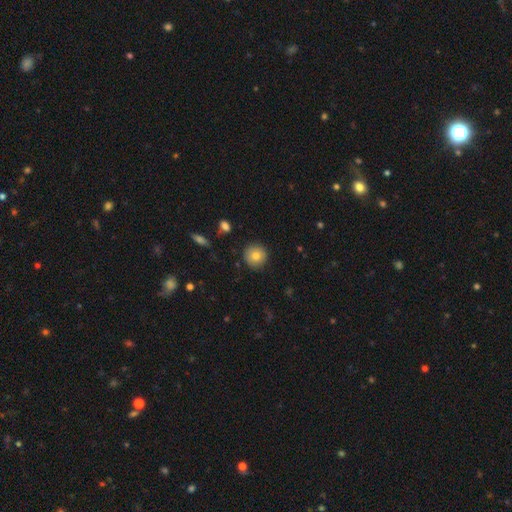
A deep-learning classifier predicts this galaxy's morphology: A smooth galaxy with no disk features (80%) that is round (94%). Merging: none (90%).